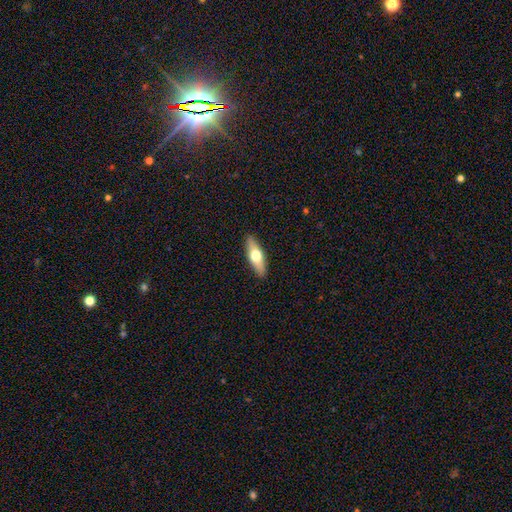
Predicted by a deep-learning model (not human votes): The model was most divided on "how rounded": in between: 52%, cigar-shaped: 46%, round: 3%. More confident: merging — none (90%); smooth or featured — smooth (56%).